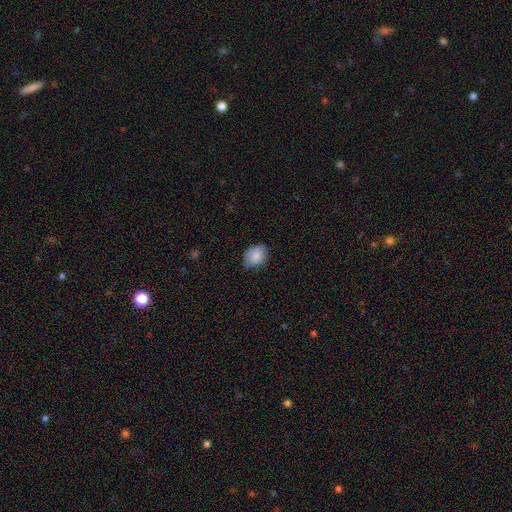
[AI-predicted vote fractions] This is clearly a smooth galaxy (85%). How rounded: likely in between (70%). Merging: likely none (75%).